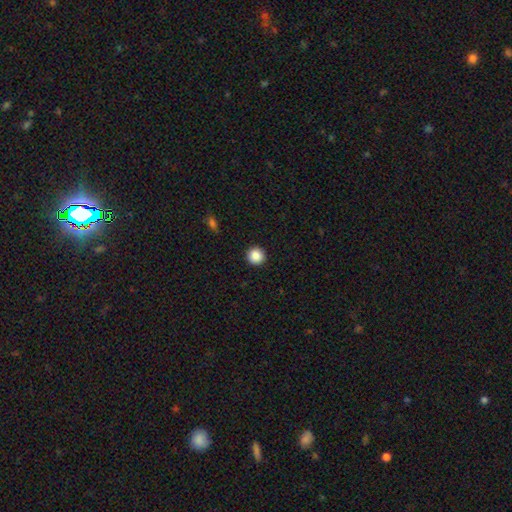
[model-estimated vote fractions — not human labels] Overall: smooth (87%). How rounded: round (96%). Merging: none (93%).